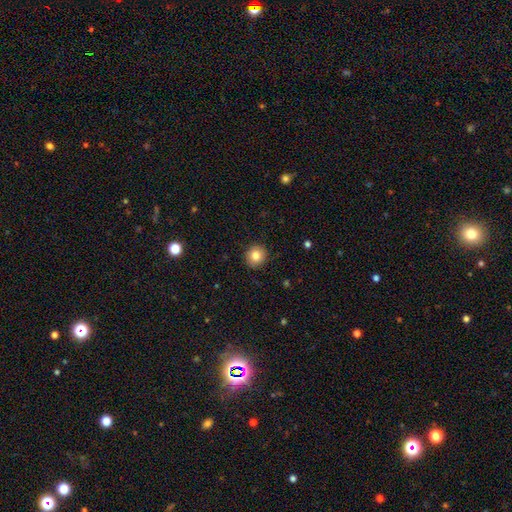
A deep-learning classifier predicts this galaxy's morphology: The model was most divided on "smooth or featured": smooth: 83%, star or artifact: 10%, featured or disk: 7%. More confident: how rounded — round (91%); merging — none (91%).